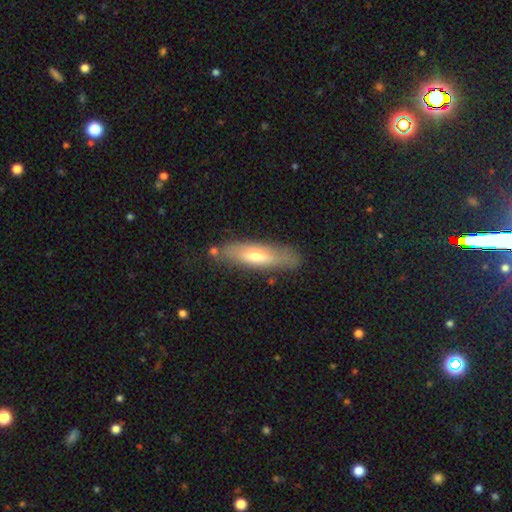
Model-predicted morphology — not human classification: smooth-or-featured: smooth: 46% | featured or disk: 45% | star or artifact: 10%
  merging: none: 79% | minor disturbance: 15% | major disturbance: 3% | merger: 2%